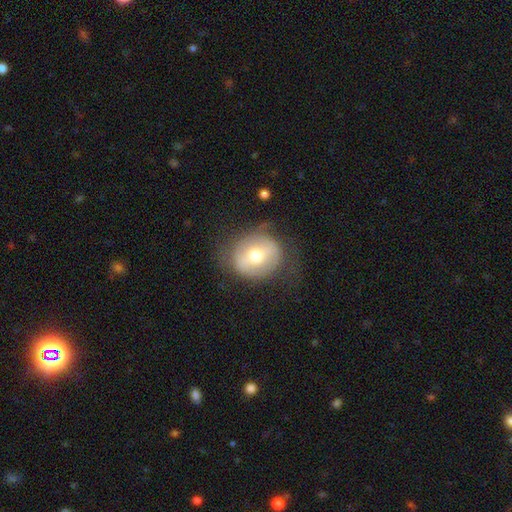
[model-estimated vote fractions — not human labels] Overall: smooth (49%; featured or disk 43%). Merging: none (67%).